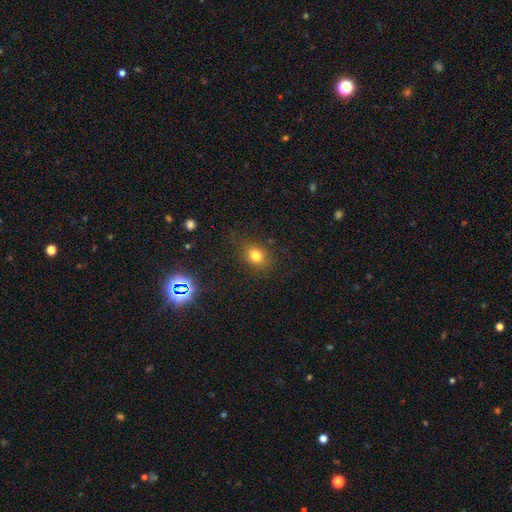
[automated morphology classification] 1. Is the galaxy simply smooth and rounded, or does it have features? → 76% smooth, 16% star or artifact, 8% featured or disk.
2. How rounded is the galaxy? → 56% round, 43% in between, 1% cigar-shaped.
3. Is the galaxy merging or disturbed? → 80% none, 13% minor disturbance, 5% major disturbance, 2% merger.